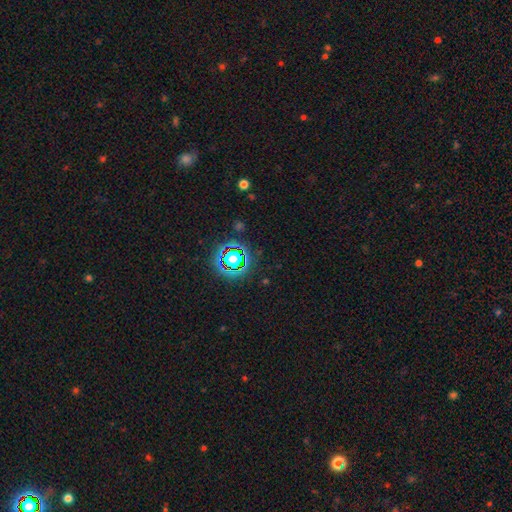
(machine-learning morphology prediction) The model was most divided on "smooth or featured": star or artifact: 71%, smooth: 20%, featured or disk: 9%.